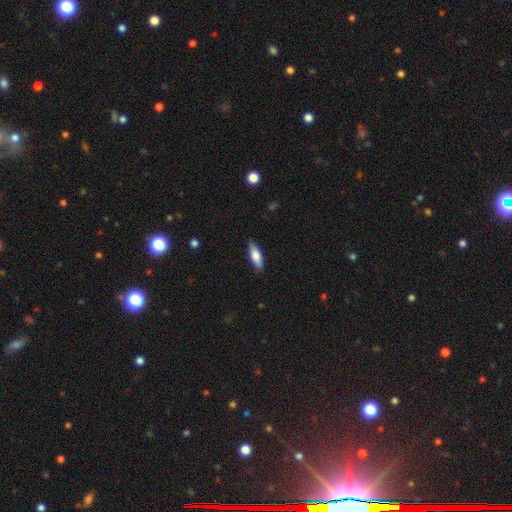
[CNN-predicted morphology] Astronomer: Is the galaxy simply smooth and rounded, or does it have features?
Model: smooth — 74%.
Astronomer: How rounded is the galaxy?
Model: in between — 60% (runner-up: cigar-shaped, 38%).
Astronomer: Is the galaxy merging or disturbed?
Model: none — 87%.